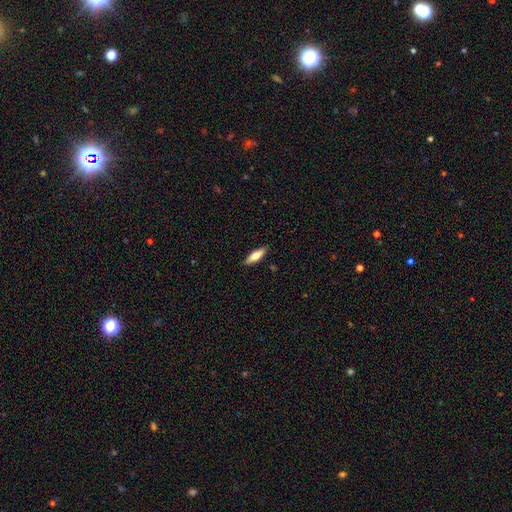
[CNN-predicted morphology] The model was most divided on "how rounded": in between: 50%, cigar-shaped: 48%, round: 2%. More confident: merging — none (89%); smooth or featured — smooth (64%).